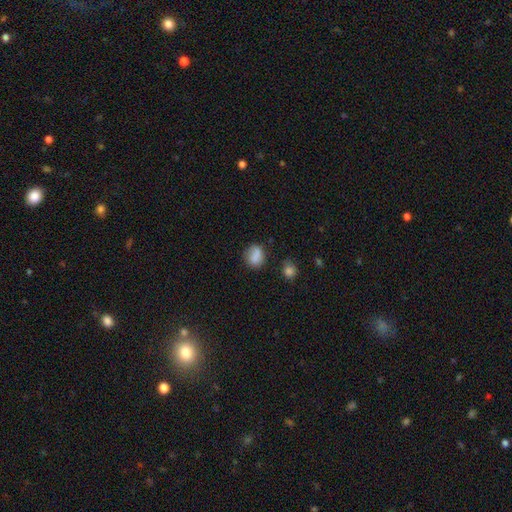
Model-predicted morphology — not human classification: Smooth or featured? Predicted: smooth (p=0.82). How rounded? Predicted: round (p=0.52). Merging? Predicted: none (p=0.66).